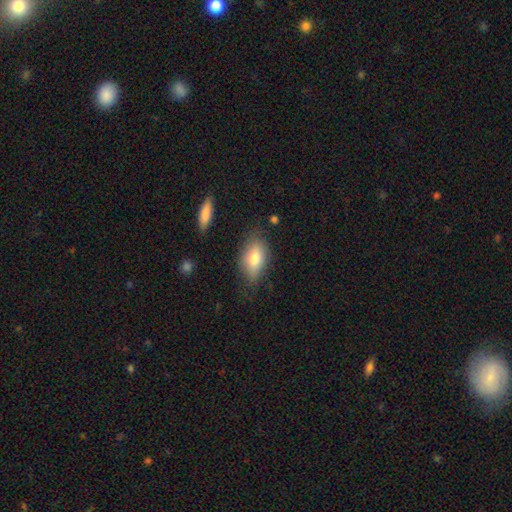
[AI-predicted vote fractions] Overall: smooth (76%). How rounded: in between (88%). Merging: none (76%).